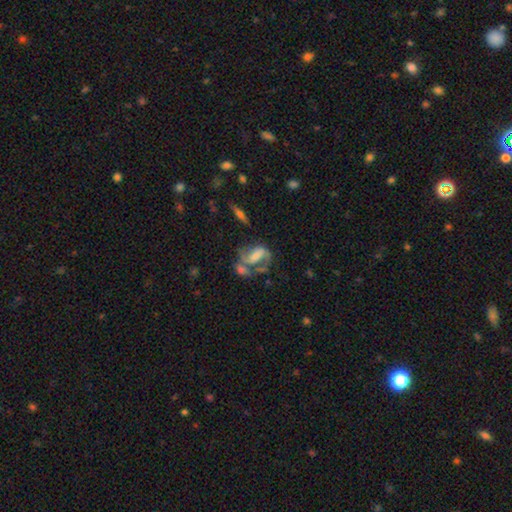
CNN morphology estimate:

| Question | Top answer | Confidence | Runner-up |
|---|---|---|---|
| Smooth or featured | featured or disk | 69% | smooth (21%) |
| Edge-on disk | no | 95% | yes (5%) |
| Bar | weak | 40% | no (30%) |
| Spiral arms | yes | 82% | no (18%) |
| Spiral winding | medium | 47% | loose (32%) |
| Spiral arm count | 2 | 72% | 1 (14%) |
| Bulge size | moderate | 38% | small (32%) |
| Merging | none | 35% | merger (29%) |